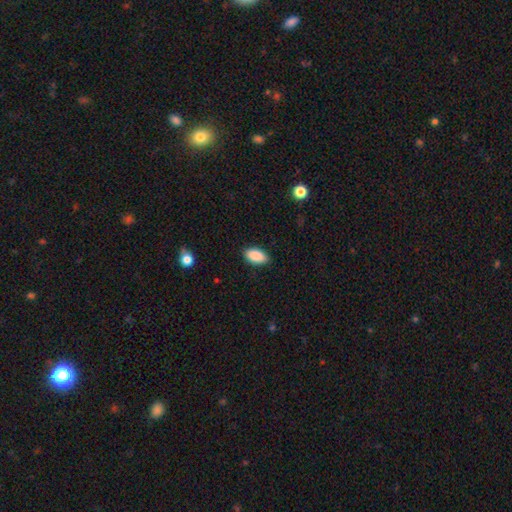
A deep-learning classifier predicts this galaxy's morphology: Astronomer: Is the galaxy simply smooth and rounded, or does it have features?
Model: smooth — 90%.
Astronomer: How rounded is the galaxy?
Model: in between — 93%.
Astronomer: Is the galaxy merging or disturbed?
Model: none — 86%.